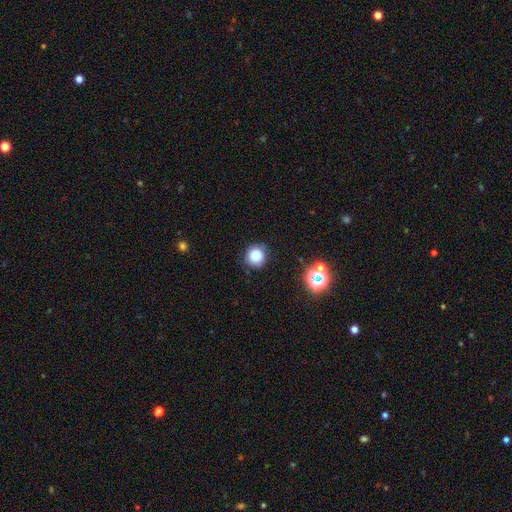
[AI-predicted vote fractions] Q: Smooth or featured?
A: smooth (82%); runner-up: star or artifact (12%)
Q: How rounded?
A: round (91%); runner-up: in between (8%)
Q: Merging?
A: none (83%); runner-up: minor disturbance (12%)